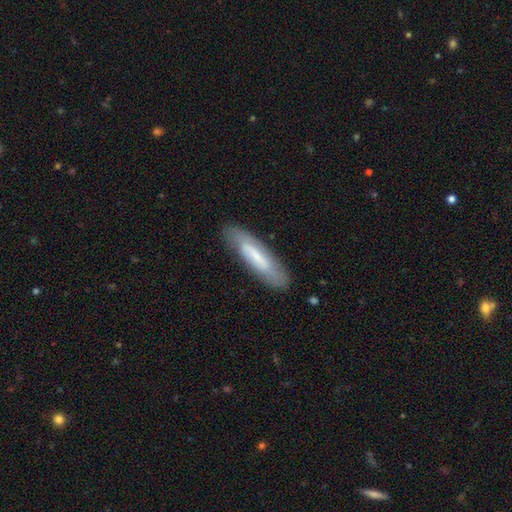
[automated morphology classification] smooth 56%, featured or disk 38%, star or artifact 6%. Down the decision tree: how rounded — cigar-shaped (76%); merging — none (83%).